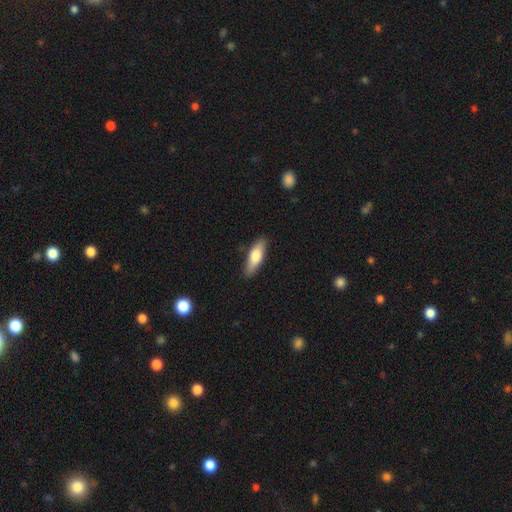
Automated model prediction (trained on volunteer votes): Q: Smooth or featured?
A: smooth (71%); runner-up: featured or disk (23%)
Q: How rounded?
A: in between (56%); runner-up: cigar-shaped (41%)
Q: Merging?
A: none (86%); runner-up: minor disturbance (10%)